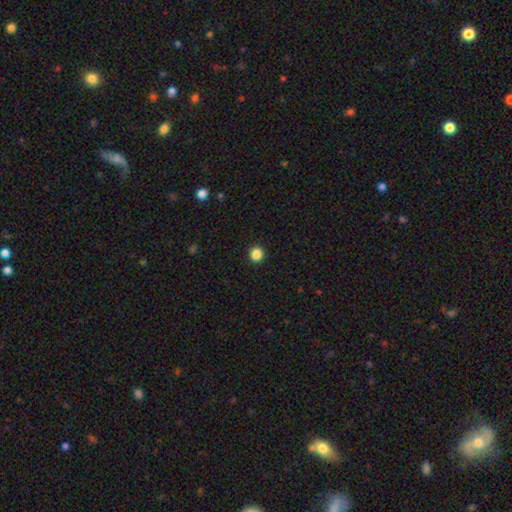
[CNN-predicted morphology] Smooth or featured? Predicted: smooth (p=0.86). How rounded? Predicted: round (p=0.92). Merging? Predicted: none (p=0.93).